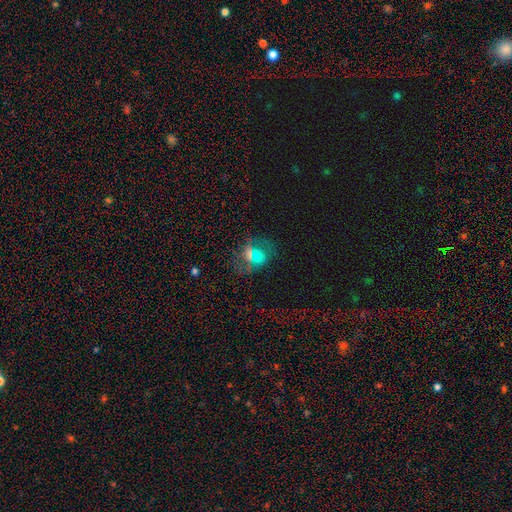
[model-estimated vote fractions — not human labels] Smooth or featured?
  - smooth: 46% *
  - star or artifact: 30%
  - featured or disk: 24%
Merging?
  - none: 60% *
  - minor disturbance: 18%
  - major disturbance: 13%
  - merger: 8%